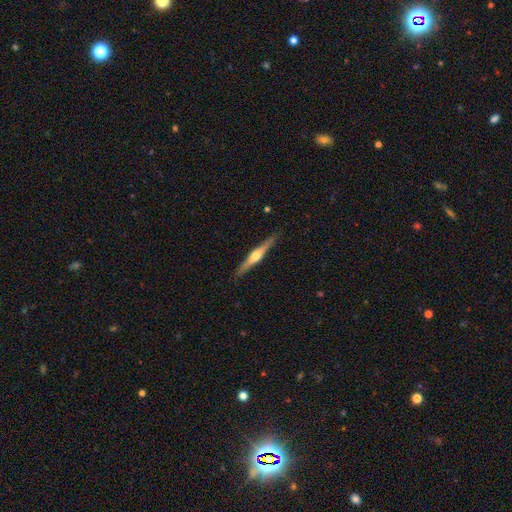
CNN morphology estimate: Smooth or featured?
  - featured or disk: 69% *
  - smooth: 25%
  - star or artifact: 5%
Edge-on disk?
  - yes: 97% *
  - no: 3%
Edge-on bulge?
  - rounded: 89% *
  - boxy: 6%
  - none: 5%
Merging?
  - none: 89% *
  - minor disturbance: 8%
  - major disturbance: 2%
  - merger: 1%